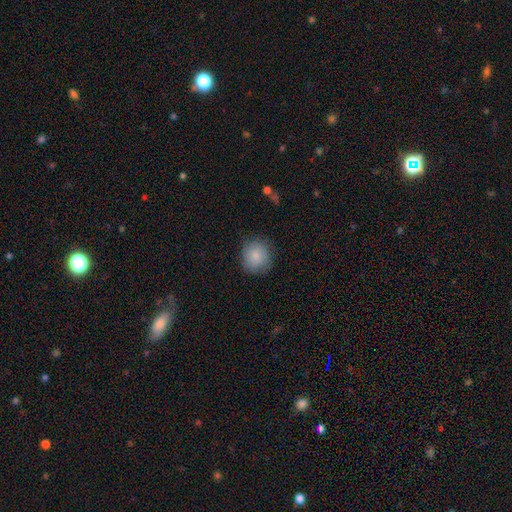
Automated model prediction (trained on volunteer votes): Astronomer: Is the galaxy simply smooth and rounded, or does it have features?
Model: smooth — 85%.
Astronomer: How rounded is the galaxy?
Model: round — 88%.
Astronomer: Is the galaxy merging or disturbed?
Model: none — 83%.